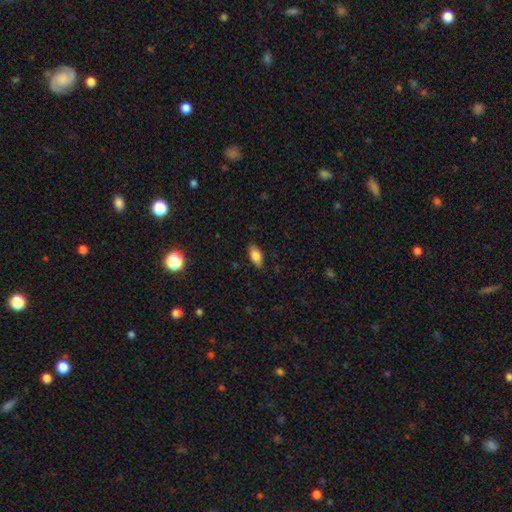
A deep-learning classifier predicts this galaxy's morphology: smooth_or_featured: smooth (p=0.83) [alt: featured or disk p=0.09]
how_rounded: in between (p=0.90) [alt: cigar-shaped p=0.06]
merging: none (p=0.85) [alt: minor disturbance p=0.12]